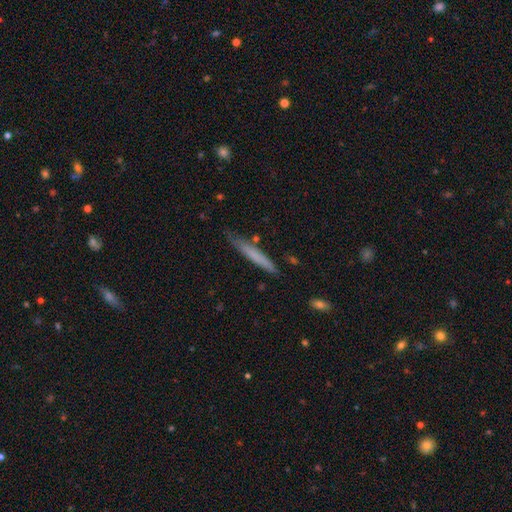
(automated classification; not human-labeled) The model was most divided on "smooth or featured": smooth: 66%, featured or disk: 28%, star or artifact: 6%. More confident: how rounded — cigar-shaped (95%); merging — none (78%).